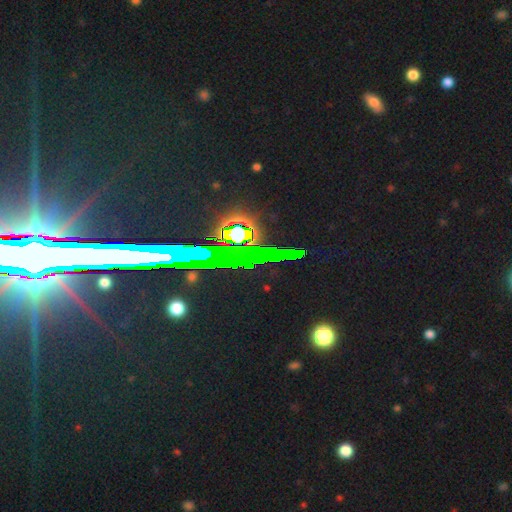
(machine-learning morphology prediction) Smooth or featured: star or artifact — 79% (featured or disk — 11%)